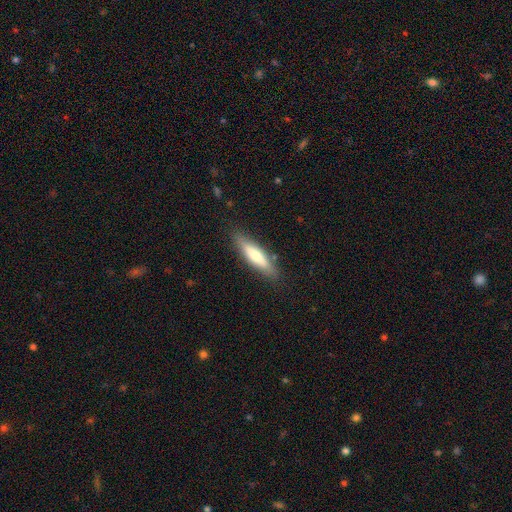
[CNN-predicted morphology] smooth-or-featured: smooth: 64% | featured or disk: 30% | star or artifact: 6%
  how-rounded: cigar-shaped: 73% | in between: 25% | round: 1%
  merging: none: 84% | minor disturbance: 12% | major disturbance: 3% | merger: 2%